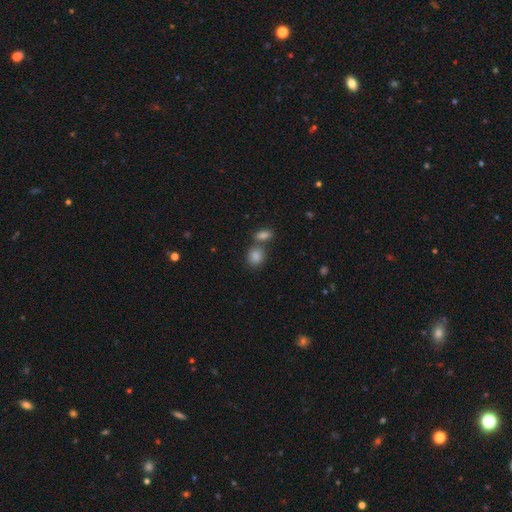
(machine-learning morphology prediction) Overall: smooth (81%). How rounded: round (64%; in between 34%). Merging: none (55%; merger 33%).